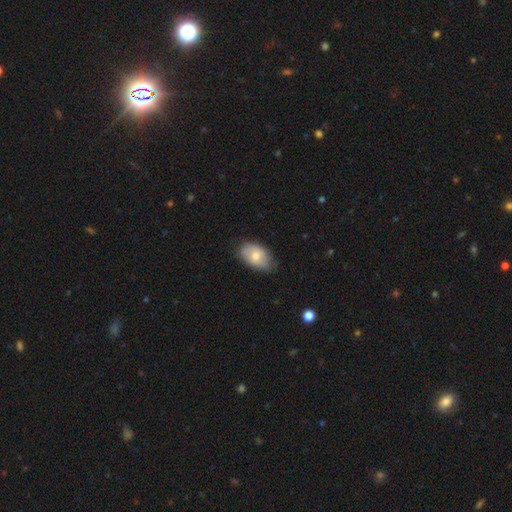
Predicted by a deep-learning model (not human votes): Smooth or featured?
  - smooth: 71% *
  - featured or disk: 22%
  - star or artifact: 7%
How rounded?
  - in between: 90% *
  - round: 9%
  - cigar-shaped: 1%
Merging?
  - none: 72% *
  - minor disturbance: 23%
  - major disturbance: 4%
  - merger: 1%